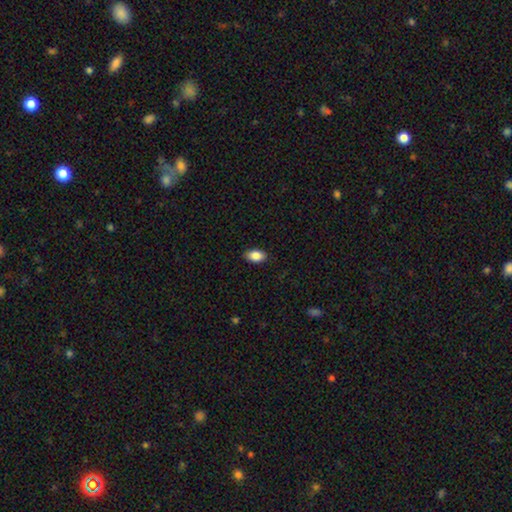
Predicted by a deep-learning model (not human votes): Q: Smooth or featured?
A: smooth (88%); runner-up: star or artifact (7%)
Q: How rounded?
A: in between (91%); runner-up: round (7%)
Q: Merging?
A: none (87%); runner-up: minor disturbance (10%)